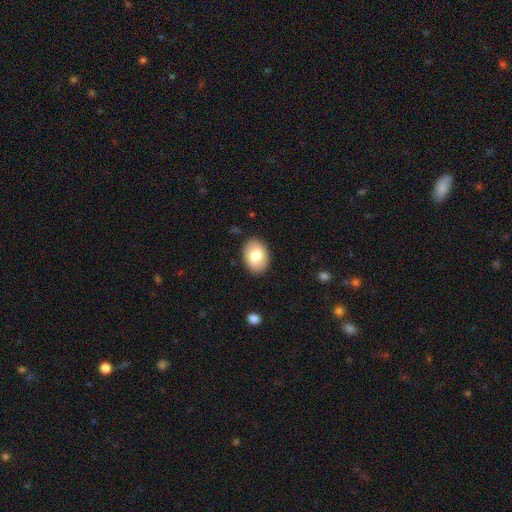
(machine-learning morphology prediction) Smooth or featured?
  - smooth: 78% *
  - featured or disk: 15%
  - star or artifact: 7%
How rounded?
  - in between: 79% *
  - round: 20%
  - cigar-shaped: 1%
Merging?
  - none: 88% *
  - minor disturbance: 9%
  - major disturbance: 2%
  - merger: 1%